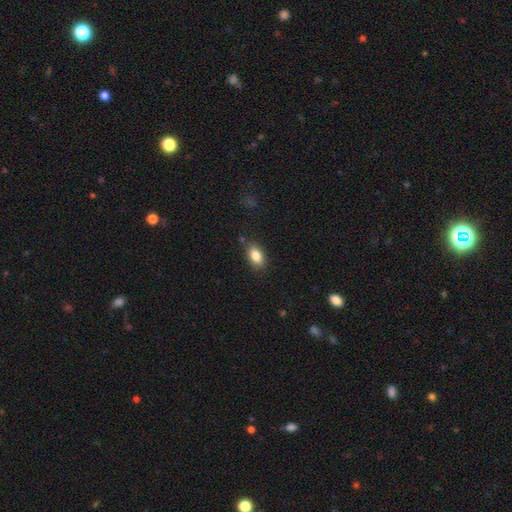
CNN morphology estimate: smooth 84%, star or artifact 8%, featured or disk 8%. Down the decision tree: how rounded — in between (88%); merging — none (84%).